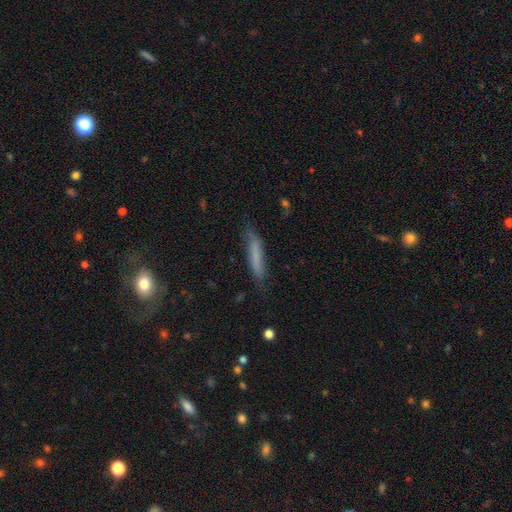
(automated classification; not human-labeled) Overall: smooth (67%). How rounded: cigar-shaped (90%). Merging: none (74%).